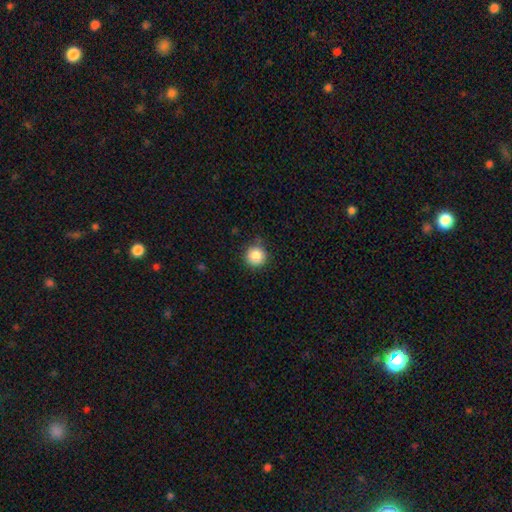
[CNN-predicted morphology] smooth_or_featured: smooth (p=0.86) [alt: star or artifact p=0.10]
how_rounded: round (p=0.95) [alt: in between p=0.04]
merging: none (p=0.84) [alt: minor disturbance p=0.12]